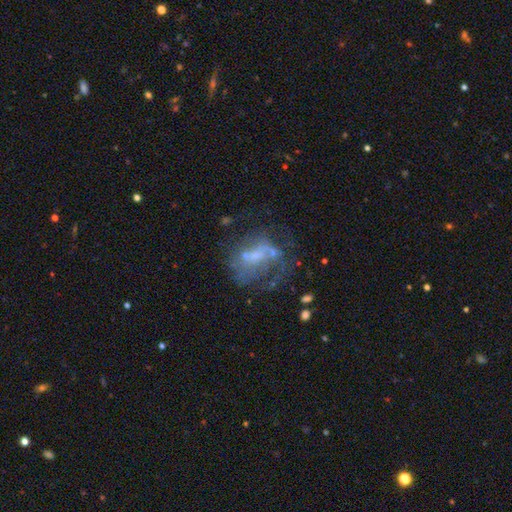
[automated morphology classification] The model was most divided on "merging": none: 39%, major disturbance: 34%, minor disturbance: 19%, merger: 8%. Remaining: edge-on disk — no (97%); smooth or featured — featured or disk (62%); bar — no (56%); spiral arms — no (55%); bulge size — small (39%).